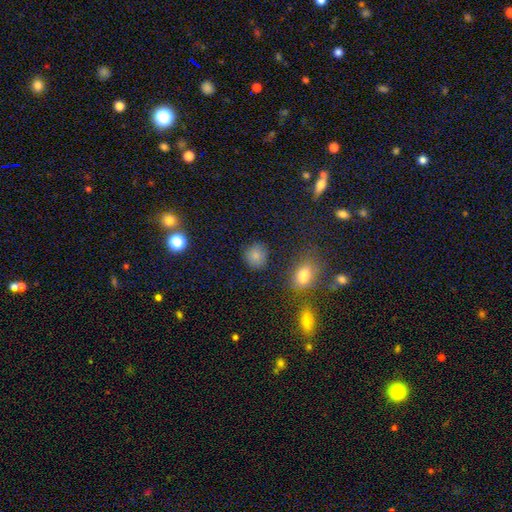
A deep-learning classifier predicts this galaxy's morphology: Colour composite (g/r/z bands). It shows a smooth galaxy with no disk features (81%) that is round (83%). Merging: none (84%).